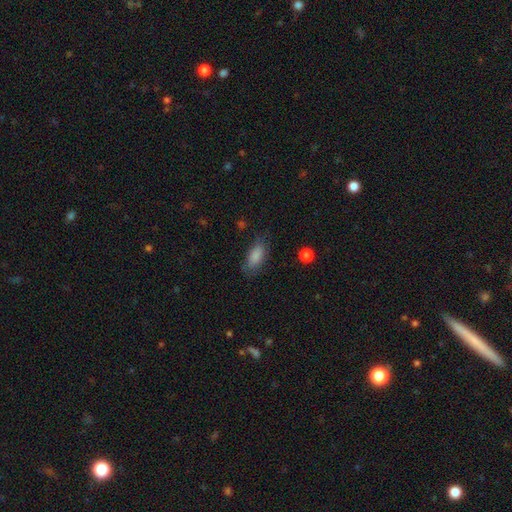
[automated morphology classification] Overall: smooth (84%). How rounded: in between (87%). Merging: none (72%).